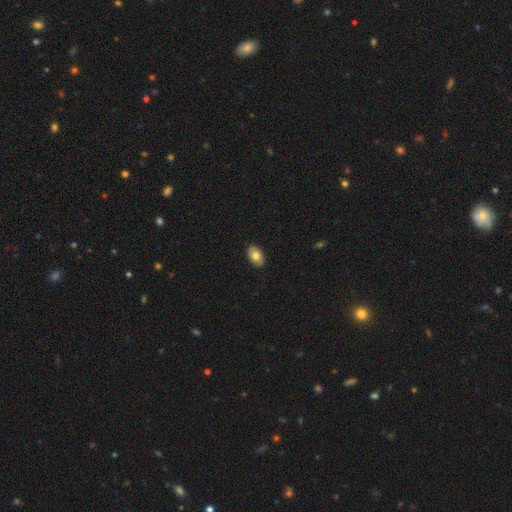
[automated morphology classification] This appears to be a smooth galaxy with no disk features (75%) that is in between round and cigar-shaped (90%). Merging: none (88%).